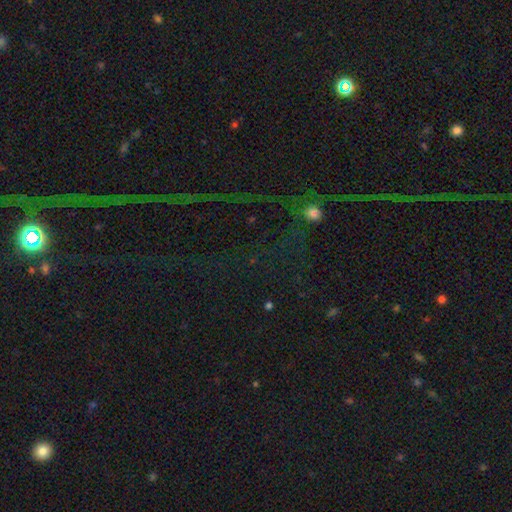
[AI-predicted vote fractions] Morphology: type=star or artifact (79%).